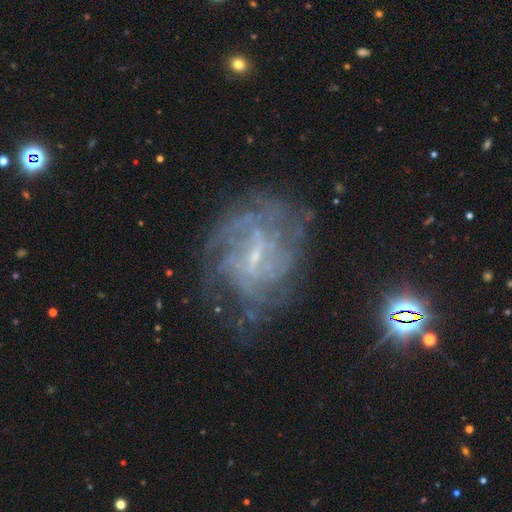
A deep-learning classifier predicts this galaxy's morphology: Overall: featured or disk (79%). Edge-on disk: no (97%). Bar: weak (59%; no 21%). Spiral arms: yes (86%). Spiral arm count: can't tell (51%; 4 12%). Spiral winding: tight (53%; medium 34%). Bulge size: small (69%). Merging: none (64%).